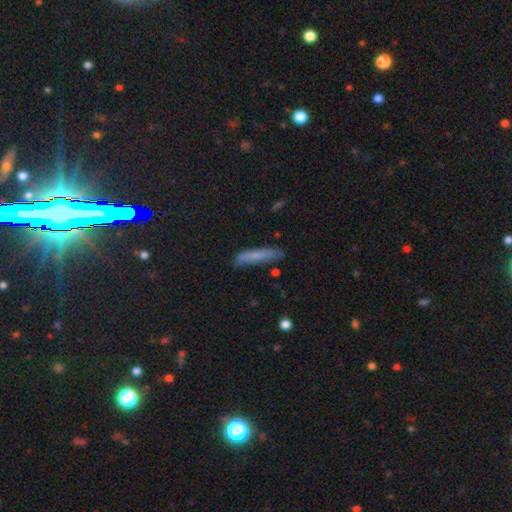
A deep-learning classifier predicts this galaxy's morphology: Smooth or featured?
  - smooth: 71% *
  - featured or disk: 18%
  - star or artifact: 11%
How rounded?
  - cigar-shaped: 89% *
  - in between: 9%
  - round: 2%
Merging?
  - none: 76% *
  - minor disturbance: 18%
  - major disturbance: 4%
  - merger: 2%